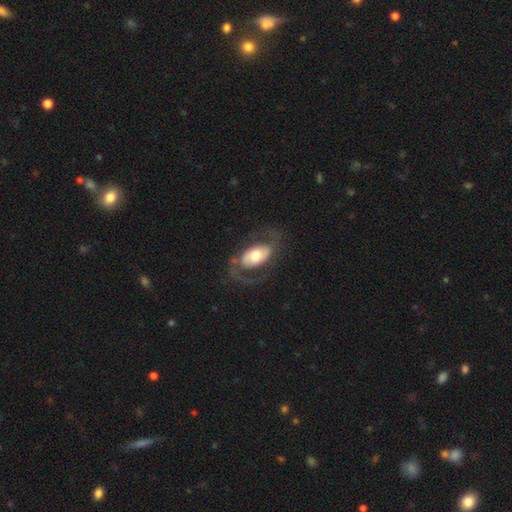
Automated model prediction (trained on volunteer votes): Smooth or featured?
  - featured or disk: 67% *
  - smooth: 28%
  - star or artifact: 5%
Edge-on disk?
  - no: 94% *
  - yes: 6%
Bar?
  - no: 53% *
  - weak: 27%
  - strong: 20%
Spiral arms?
  - yes: 71% *
  - no: 29%
Bulge size?
  - moderate: 59% *
  - large: 27%
  - small: 9%
  - dominant: 3%
  - none: 1%
Merging?
  - none: 66% *
  - major disturbance: 17%
  - minor disturbance: 15%
  - merger: 2%